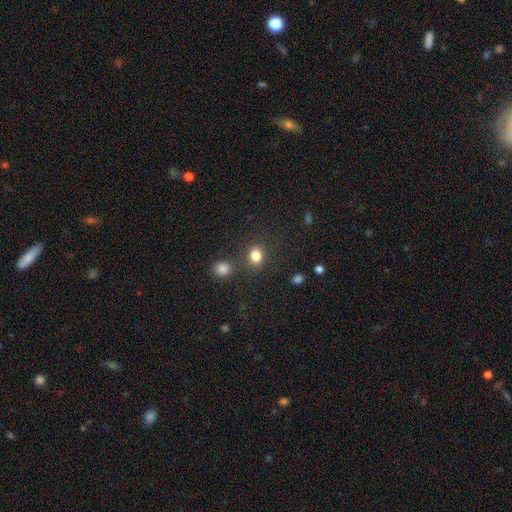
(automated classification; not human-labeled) Morphology: type=smooth (82%); roundness=round (58%); merging=none (75%).